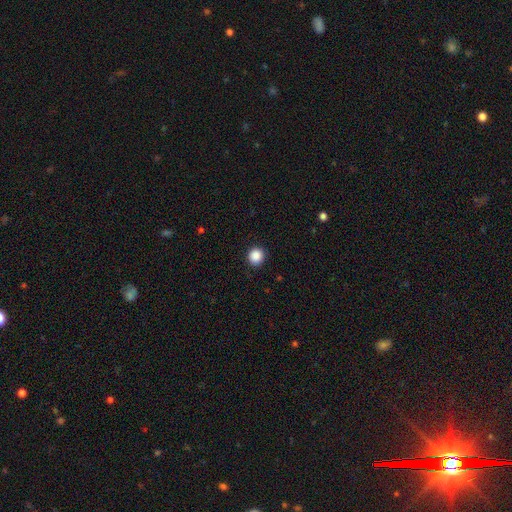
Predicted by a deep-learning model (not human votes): smooth-or-featured: smooth: 88% | star or artifact: 9% | featured or disk: 2%
  how-rounded: round: 93% | in between: 6% | cigar-shaped: 1%
  merging: none: 92% | minor disturbance: 5% | major disturbance: 2% | merger: 1%